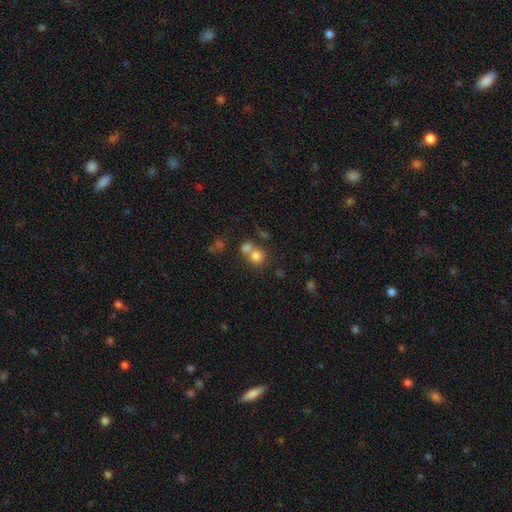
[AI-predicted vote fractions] Q: Smooth or featured?
A: smooth (76%); runner-up: star or artifact (12%)
Q: How rounded?
A: round (83%); runner-up: in between (16%)
Q: Merging?
A: none (45%); runner-up: merger (43%)